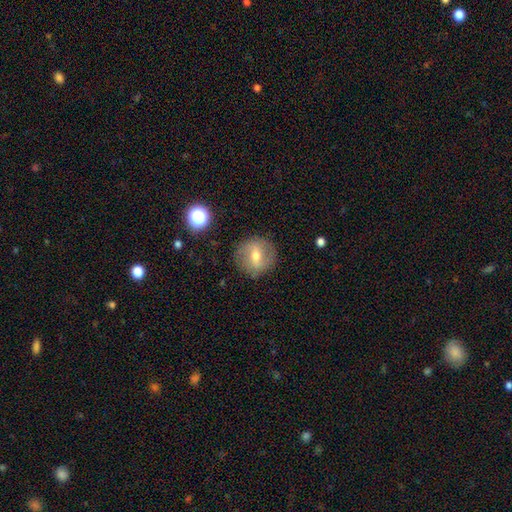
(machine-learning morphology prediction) smooth-or-featured: featured or disk: 51% | smooth: 40% | star or artifact: 9%
  disk-edge-on: no: 92% | yes: 8%
  merging: none: 83% | minor disturbance: 11% | major disturbance: 4% | merger: 2%